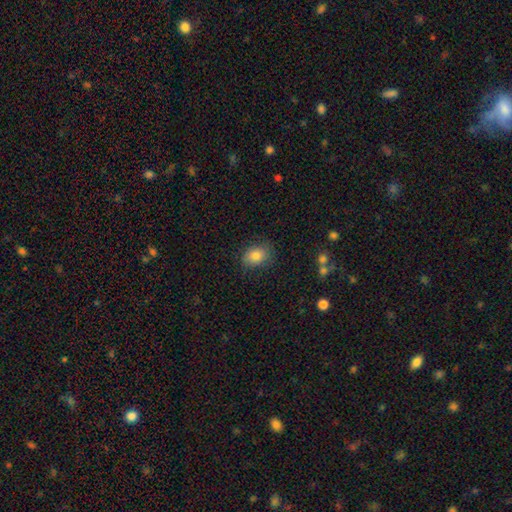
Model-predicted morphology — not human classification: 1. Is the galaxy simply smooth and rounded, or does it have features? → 83% smooth, 9% featured or disk, 8% star or artifact.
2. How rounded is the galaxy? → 70% in between, 29% round, 1% cigar-shaped.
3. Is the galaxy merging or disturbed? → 77% none, 17% minor disturbance, 5% major disturbance, 1% merger.